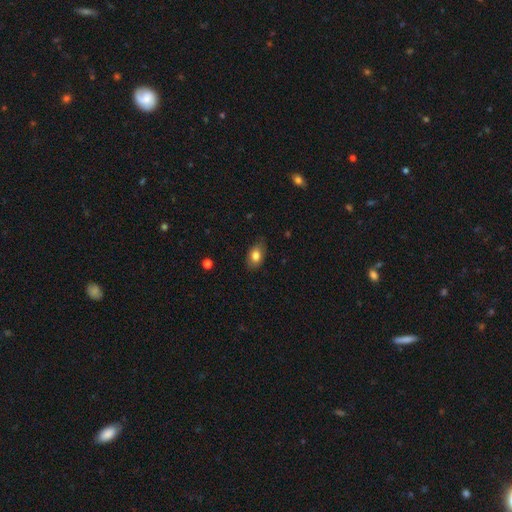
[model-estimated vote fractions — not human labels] Morphology: type=smooth (81%); roundness=in between (86%); merging=none (77%).